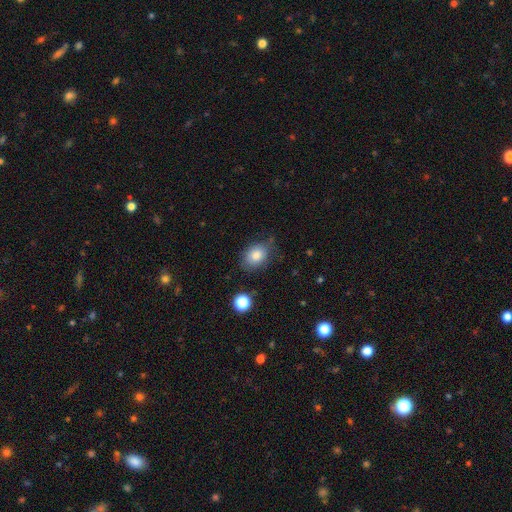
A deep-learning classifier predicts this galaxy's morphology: smooth 82%, star or artifact 9%, featured or disk 9%. Down the decision tree: how rounded — in between (67%); merging — none (69%).